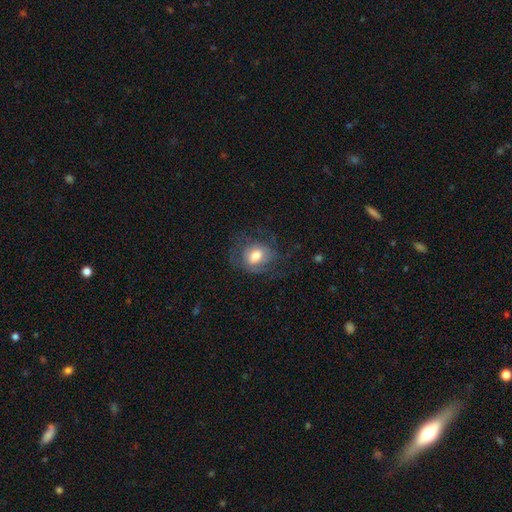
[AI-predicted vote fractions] smooth-or-featured: smooth: 53% | featured or disk: 38% | star or artifact: 9%
  how-rounded: round: 61% | in between: 38% | cigar-shaped: 1%
  merging: none: 56% | major disturbance: 21% | minor disturbance: 21% | merger: 1%